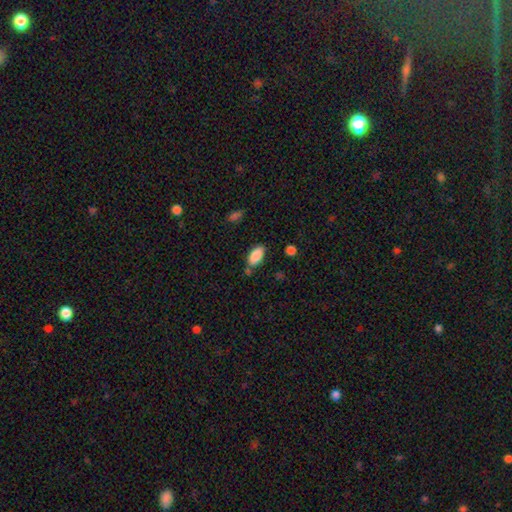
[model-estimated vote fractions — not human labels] The model was most divided on "merging": none: 74%, minor disturbance: 16%, merger: 7%, major disturbance: 4%. More confident: how rounded — in between (93%); smooth or featured — smooth (87%).